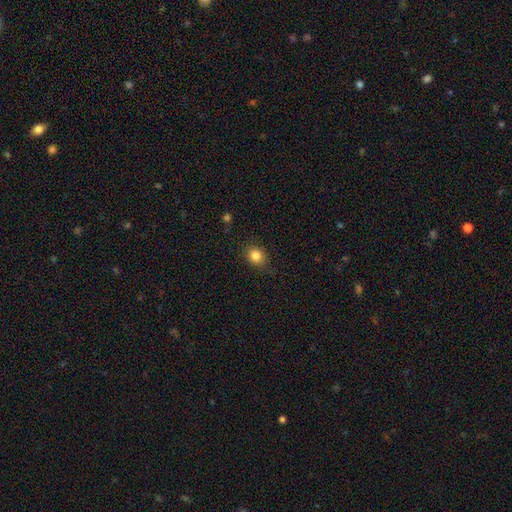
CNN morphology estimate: Smooth or featured? Predicted: smooth (p=0.84). How rounded? Predicted: round (p=0.64). Merging? Predicted: none (p=0.83).